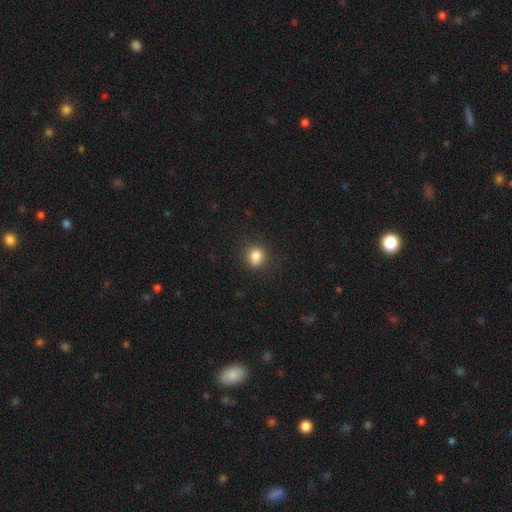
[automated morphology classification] Smooth or featured: smooth — 84% (star or artifact — 11%)
How rounded: round — 80% (in between — 19%)
Merging: none — 86% (minor disturbance — 10%)